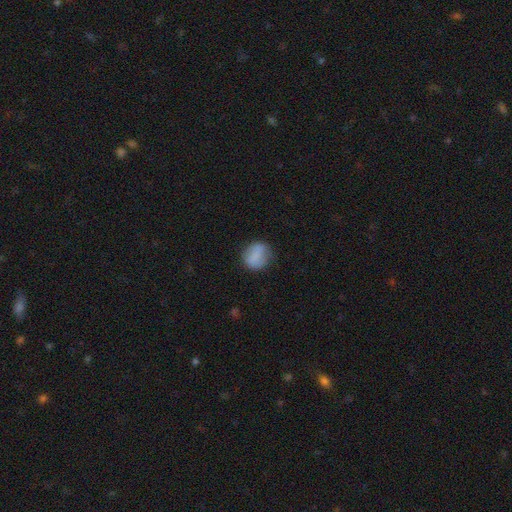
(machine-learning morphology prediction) Q: Smooth or featured?
A: smooth (76%); runner-up: featured or disk (16%)
Q: How rounded?
A: round (69%); runner-up: in between (29%)
Q: Merging?
A: none (74%); runner-up: minor disturbance (18%)